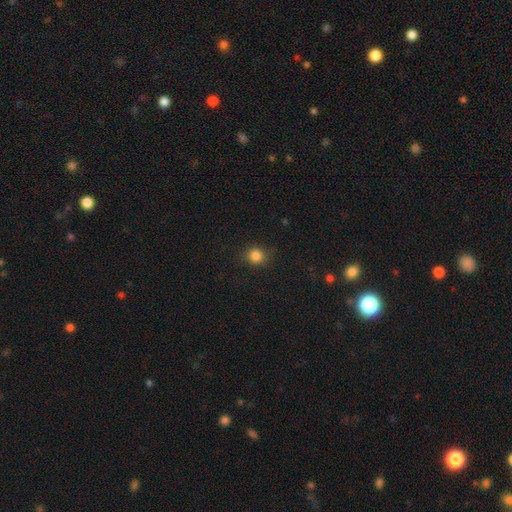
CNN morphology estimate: Smooth or featured? Predicted: smooth (p=0.84). How rounded? Predicted: round (p=0.85). Merging? Predicted: none (p=0.85).